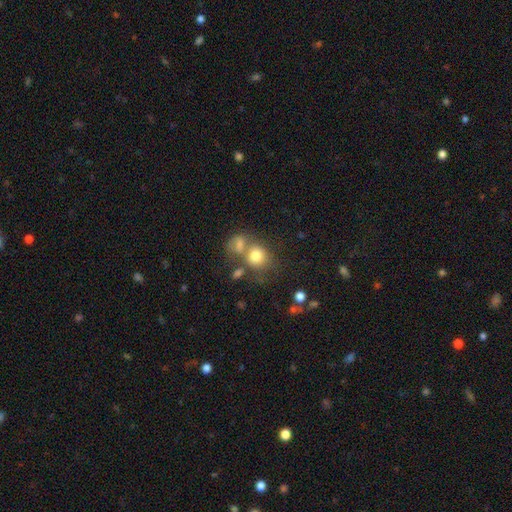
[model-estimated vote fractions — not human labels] smooth-or-featured: smooth: 76% | featured or disk: 14% | star or artifact: 10%
  how-rounded: round: 72% | in between: 27% | cigar-shaped: 1%
  merging: merger: 43% | none: 38% | minor disturbance: 12% | major disturbance: 8%